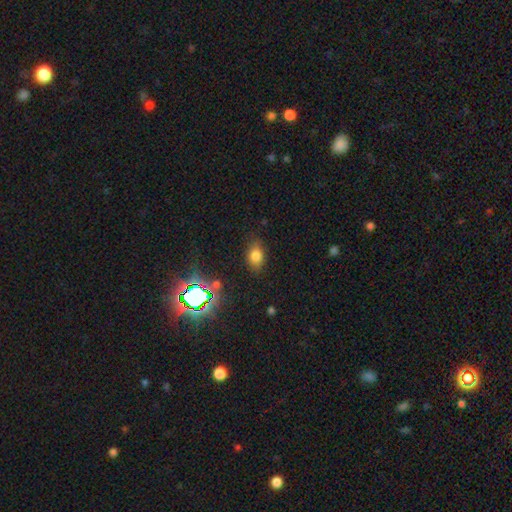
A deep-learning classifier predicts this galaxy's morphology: Smooth or featured? smooth (76%)
How rounded? in between (75%)
Merging? none (79%)